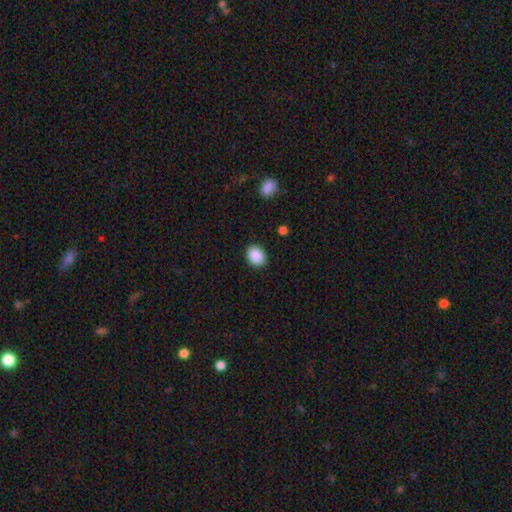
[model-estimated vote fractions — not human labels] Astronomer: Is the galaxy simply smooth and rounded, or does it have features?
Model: smooth — 88%.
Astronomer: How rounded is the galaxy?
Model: in between — 59% (runner-up: round, 41%).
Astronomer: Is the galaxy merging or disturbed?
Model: none — 89%.